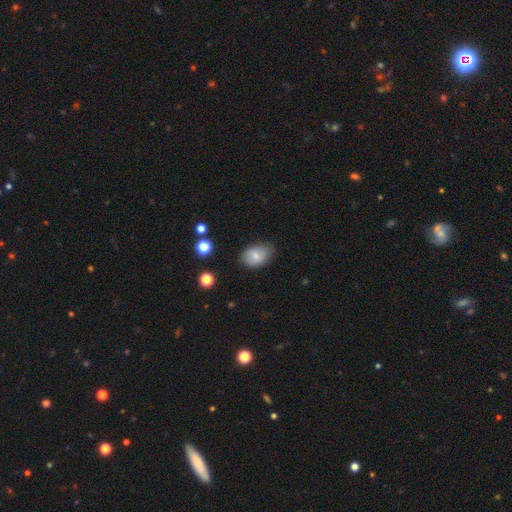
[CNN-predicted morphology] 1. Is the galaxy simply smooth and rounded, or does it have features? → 75% smooth, 17% featured or disk, 8% star or artifact.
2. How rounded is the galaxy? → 85% in between, 14% round, 1% cigar-shaped.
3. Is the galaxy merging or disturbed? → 75% none, 19% minor disturbance, 4% major disturbance, 1% merger.